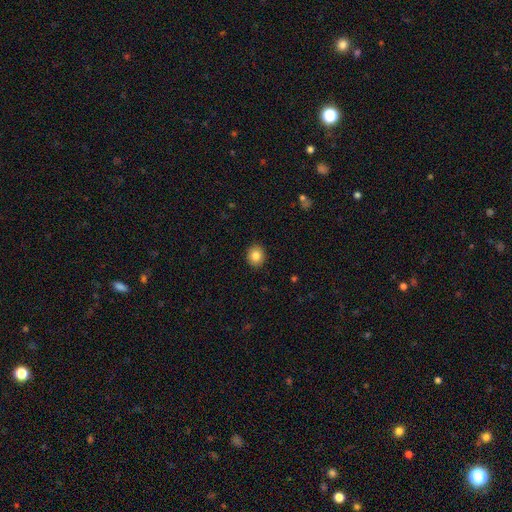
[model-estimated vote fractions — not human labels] This appears to be a smooth galaxy with no disk features (84%) that is round (74%). Merging: none (91%).